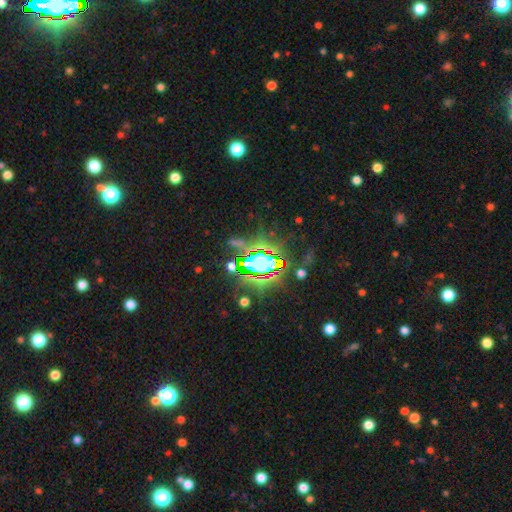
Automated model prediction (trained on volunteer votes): smooth-or-featured: star or artifact: 83% | smooth: 9% | featured or disk: 8%